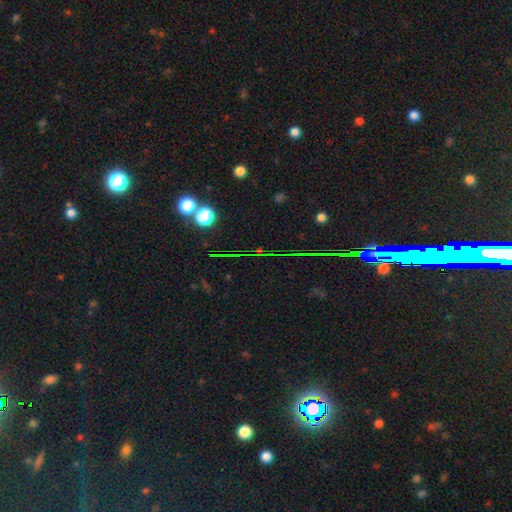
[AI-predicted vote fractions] This appears to be a star or artifact, not a galaxy (76%).